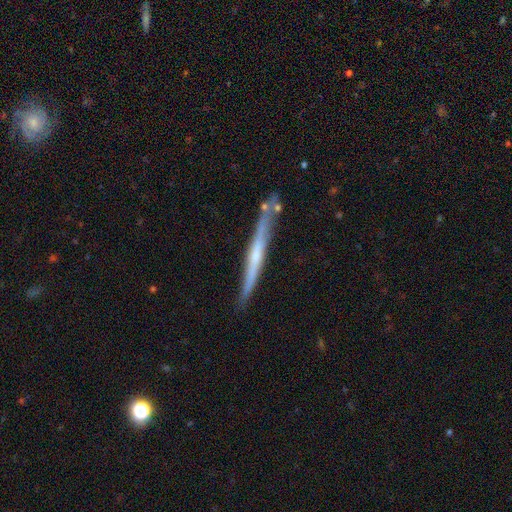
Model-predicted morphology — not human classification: Smooth or featured? Predicted: featured or disk (p=0.63). Edge-on disk? Predicted: yes (p=0.96). Edge-on bulge? Predicted: none (p=0.59). Merging? Predicted: none (p=0.81).